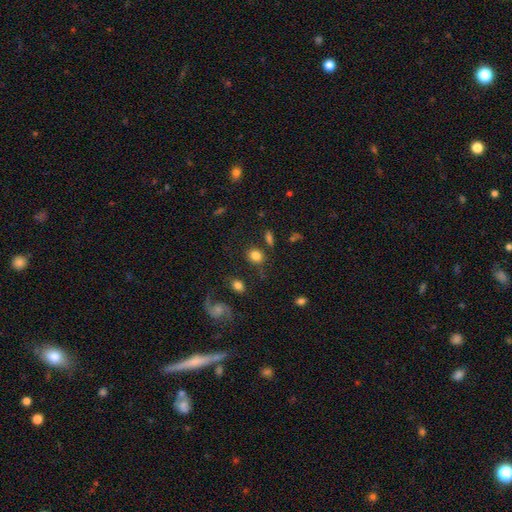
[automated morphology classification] Smooth or featured? smooth (81%)
How rounded? round (63%)
Merging? none (78%)